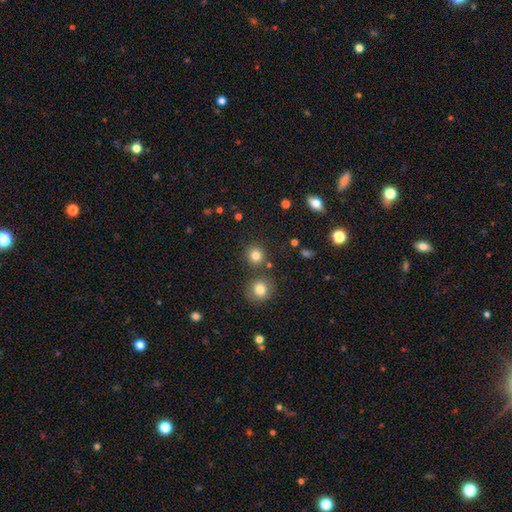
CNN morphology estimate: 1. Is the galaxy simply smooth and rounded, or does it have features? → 82% smooth, 13% star or artifact, 6% featured or disk.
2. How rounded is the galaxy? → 91% round, 8% in between, 1% cigar-shaped.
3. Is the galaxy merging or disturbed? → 82% none, 9% merger, 7% minor disturbance, 3% major disturbance.